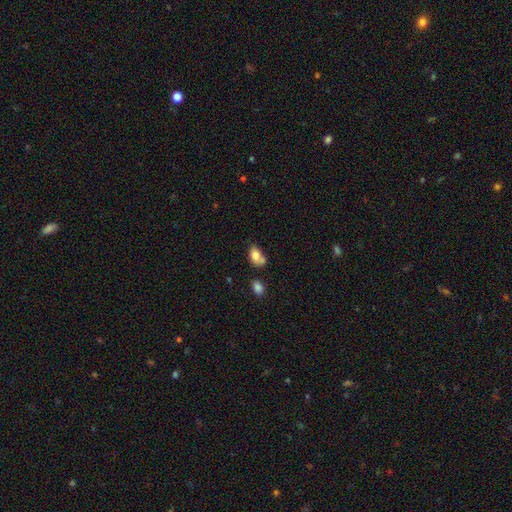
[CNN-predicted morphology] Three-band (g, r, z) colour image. It shows a smooth galaxy with no disk features (79%) that is in between round and cigar-shaped (85%). Merging: none (37%).